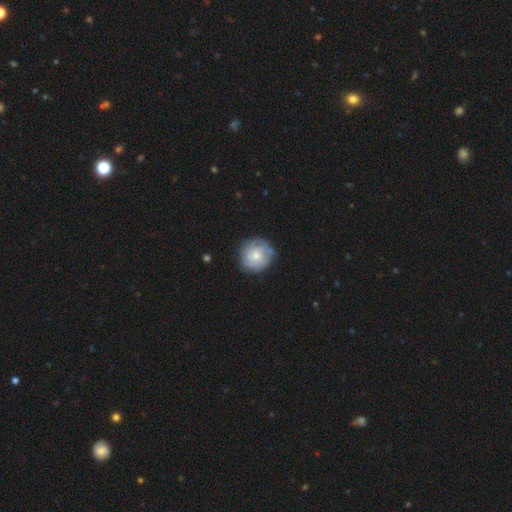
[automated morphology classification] Smooth or featured? featured or disk (54%)
Edge-on disk? no (98%)
Bar? no (80%)
Spiral arms? yes (76%)
Bulge size? small (50%)
Merging? none (78%)